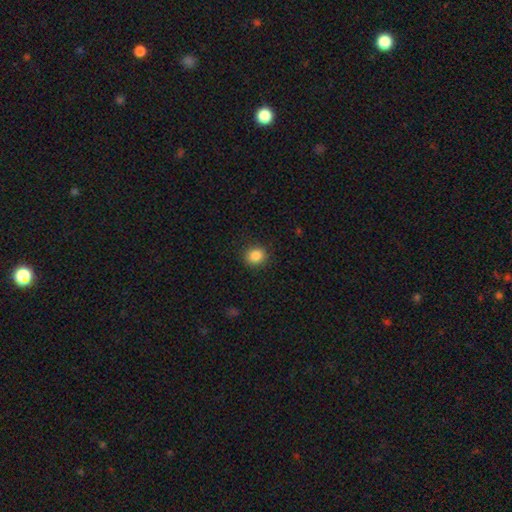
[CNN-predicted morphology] A smooth galaxy with no disk features (86%) that is round (77%).

Vote fractions:
- Smooth or featured? smooth: 86% / star or artifact: 10% / featured or disk: 4%
- How rounded? round: 77% / in between: 22% / cigar-shaped: 1%
- Merging? none: 89% / minor disturbance: 8% / major disturbance: 2% / merger: 1%